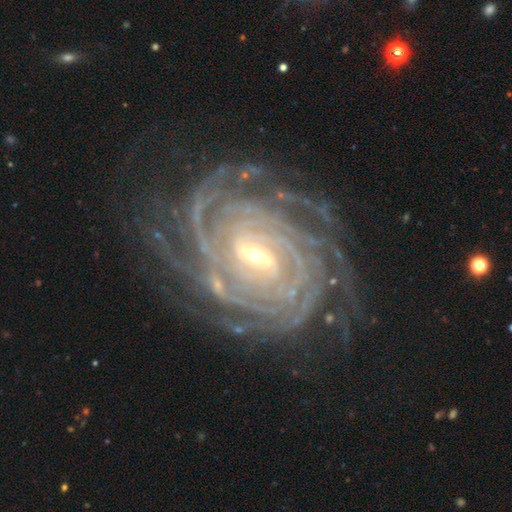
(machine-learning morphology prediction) This appears to be a featured or disk galaxy (93%) with a strong bar (47%), 4 (28%) tight (85%) spiral arms (99%) and a small central bulge (60%). Merging: none (78%).